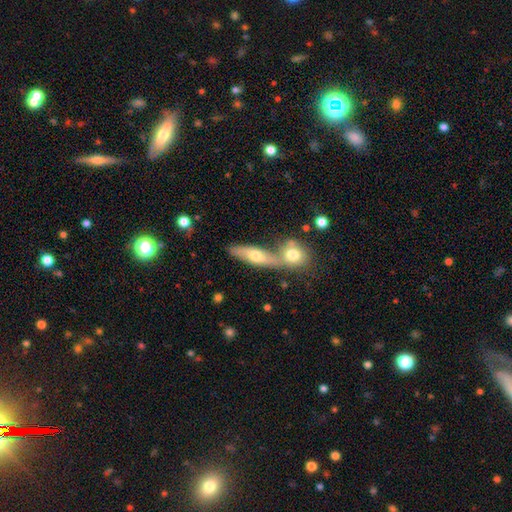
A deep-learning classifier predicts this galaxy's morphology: Smooth or featured?
  - smooth: 53% *
  - featured or disk: 40%
  - star or artifact: 7%
How rounded?
  - in between: 50% *
  - cigar-shaped: 42%
  - round: 8%
Merging?
  - merger: 49% *
  - none: 37%
  - minor disturbance: 9%
  - major disturbance: 5%